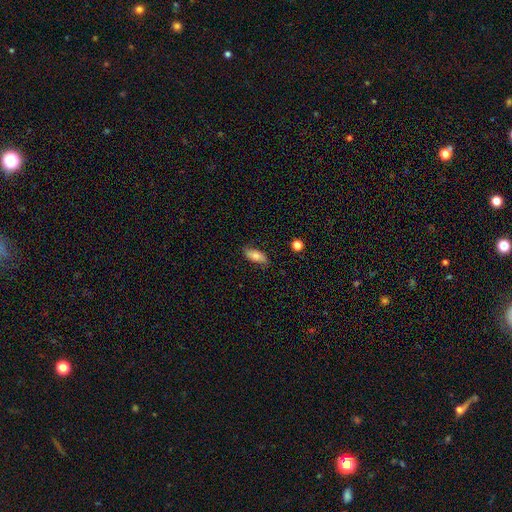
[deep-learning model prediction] Q: Smooth or featured?
A: smooth (74%); runner-up: featured or disk (19%)
Q: How rounded?
A: in between (82%); runner-up: cigar-shaped (15%)
Q: Merging?
A: none (82%); runner-up: minor disturbance (14%)